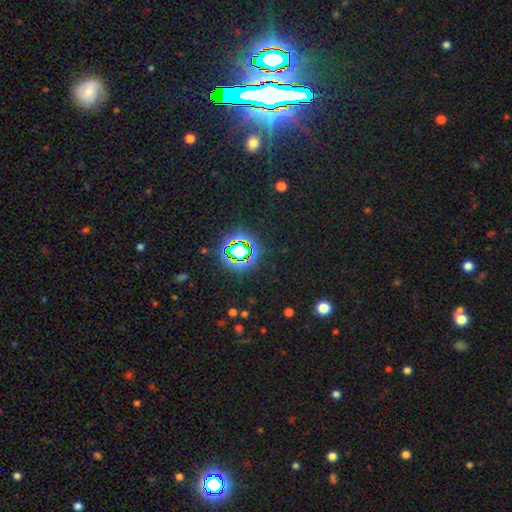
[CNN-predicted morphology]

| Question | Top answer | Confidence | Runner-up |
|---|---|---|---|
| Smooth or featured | star or artifact | 80% | smooth (11%) |